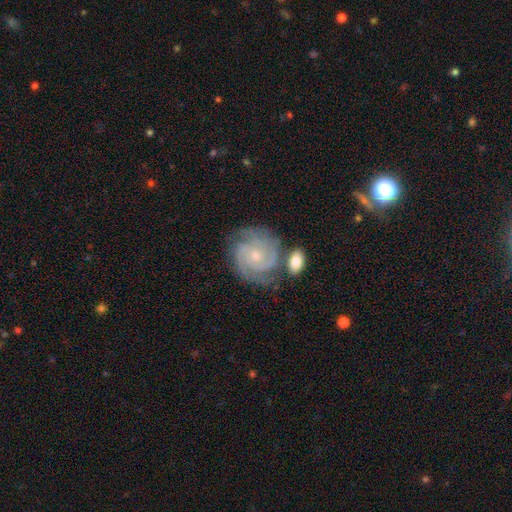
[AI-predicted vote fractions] Smooth or featured?
  - featured or disk: 88% *
  - smooth: 7%
  - star or artifact: 6%
Edge-on disk?
  - no: 98% *
  - yes: 2%
Bar?
  - no: 70% *
  - weak: 25%
  - strong: 6%
Spiral arms?
  - yes: 98% *
  - no: 2%
Spiral winding?
  - tight: 73% *
  - medium: 24%
  - loose: 3%
Spiral arm count?
  - 2: 46% *
  - 3: 29%
  - can't tell: 10%
  - 4: 7%
  - 1: 4%
  - more than 4: 4%
Bulge size?
  - small: 65% *
  - moderate: 30%
  - none: 3%
  - large: 1%
  - dominant: 1%
Merging?
  - none: 72% *
  - minor disturbance: 14%
  - merger: 9%
  - major disturbance: 5%